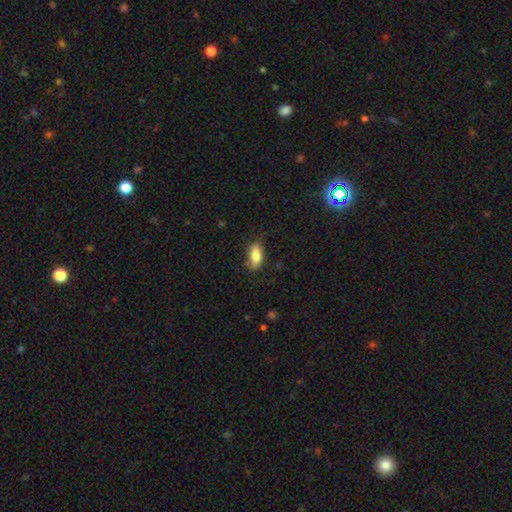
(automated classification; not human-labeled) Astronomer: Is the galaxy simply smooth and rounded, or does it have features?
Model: smooth — 82%.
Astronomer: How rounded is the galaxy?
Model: in between — 89%.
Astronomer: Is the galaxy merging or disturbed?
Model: none — 77%.